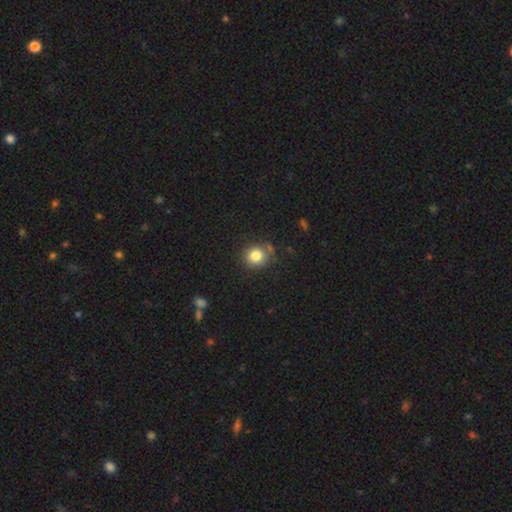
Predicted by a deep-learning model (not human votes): A smooth galaxy with no disk features (82%) that is round (86%). Merging: none (79%).